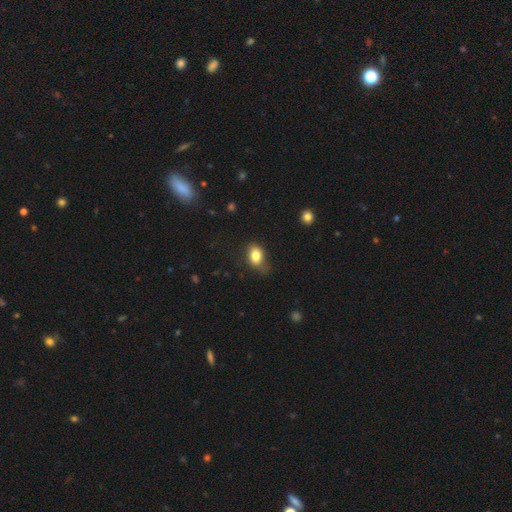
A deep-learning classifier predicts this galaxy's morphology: A smooth galaxy with no disk features (81%) that is in between round and cigar-shaped (75%). Merging: none (58%).